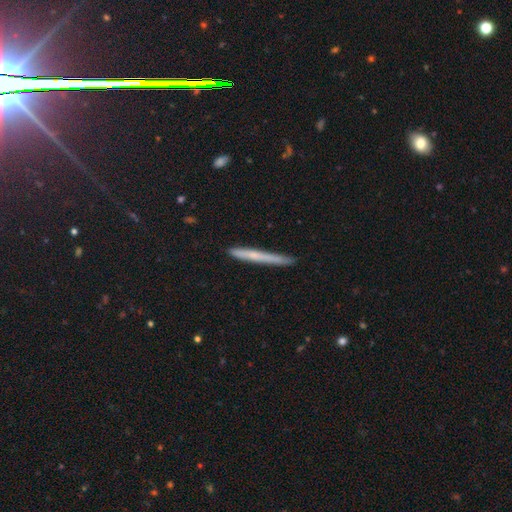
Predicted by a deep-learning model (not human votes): Smooth or featured?
  - smooth: 53% *
  - featured or disk: 39%
  - star or artifact: 8%
How rounded?
  - cigar-shaped: 97% *
  - in between: 2%
  - round: 1%
Merging?
  - none: 85% *
  - minor disturbance: 11%
  - major disturbance: 2%
  - merger: 1%